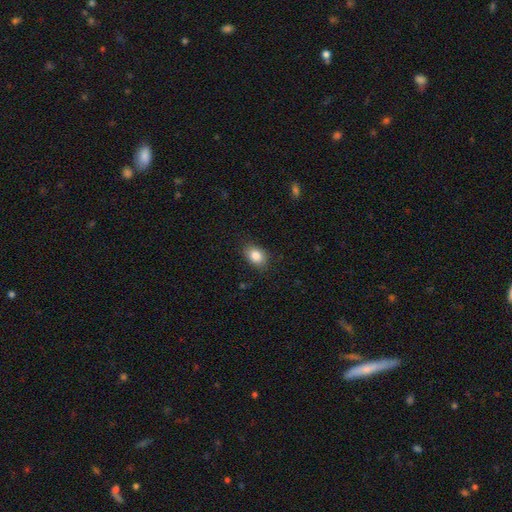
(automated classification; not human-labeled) This is clearly a smooth galaxy (85%). How rounded: likely in between (78%). Merging: clearly none (84%).